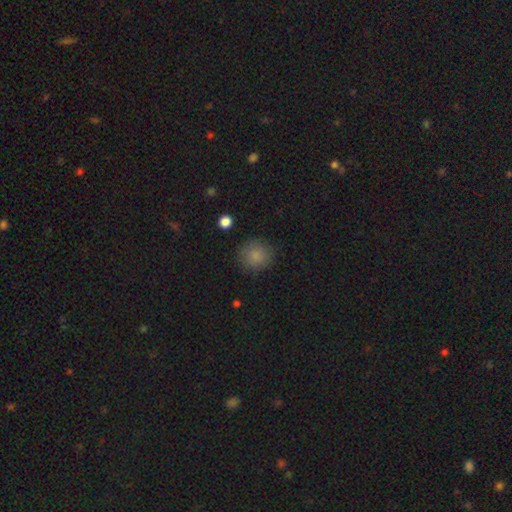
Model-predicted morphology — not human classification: smooth-or-featured: smooth: 85% | star or artifact: 10% | featured or disk: 5%
  how-rounded: round: 88% | in between: 11% | cigar-shaped: 1%
  merging: none: 85% | minor disturbance: 10% | major disturbance: 3% | merger: 1%